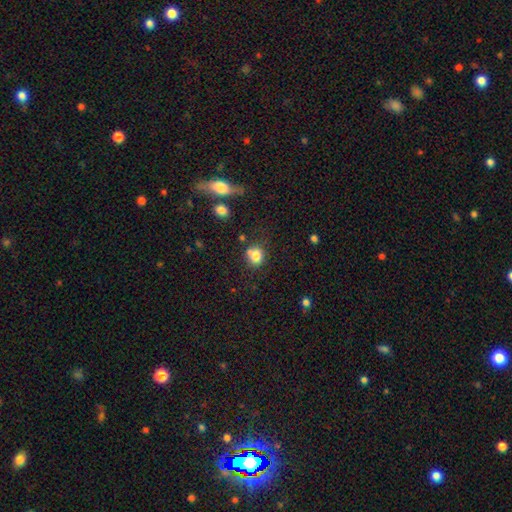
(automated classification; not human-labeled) smooth 79%, star or artifact 11%, featured or disk 10%. Down the decision tree: how rounded — round (68%); merging — none (54%).